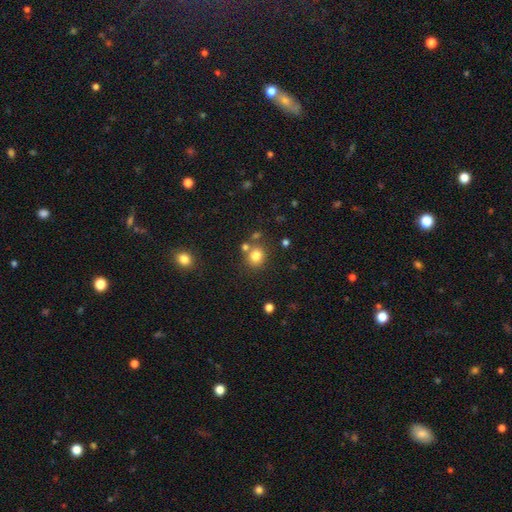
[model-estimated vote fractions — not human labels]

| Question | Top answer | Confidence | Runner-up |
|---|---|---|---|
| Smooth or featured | smooth | 79% | star or artifact (13%) |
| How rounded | round | 79% | in between (20%) |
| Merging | none | 71% | merger (16%) |